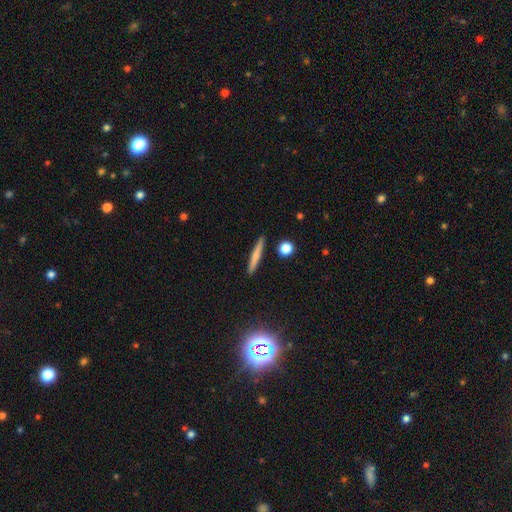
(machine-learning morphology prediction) Smooth or featured? Predicted: smooth (p=0.66). How rounded? Predicted: cigar-shaped (p=0.94). Merging? Predicted: none (p=0.90).